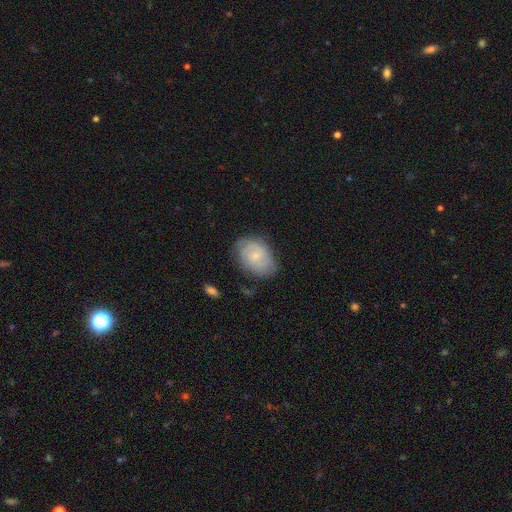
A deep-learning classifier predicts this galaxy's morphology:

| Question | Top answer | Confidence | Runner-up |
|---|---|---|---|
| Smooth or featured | featured or disk | 61% | smooth (32%) |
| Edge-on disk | no | 97% | yes (3%) |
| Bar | no | 57% | weak (38%) |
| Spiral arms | yes | 88% | no (12%) |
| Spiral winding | tight | 52% | medium (36%) |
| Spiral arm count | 2 | 49% | can't tell (31%) |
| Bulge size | small | 73% | moderate (19%) |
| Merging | none | 71% | minor disturbance (21%) |